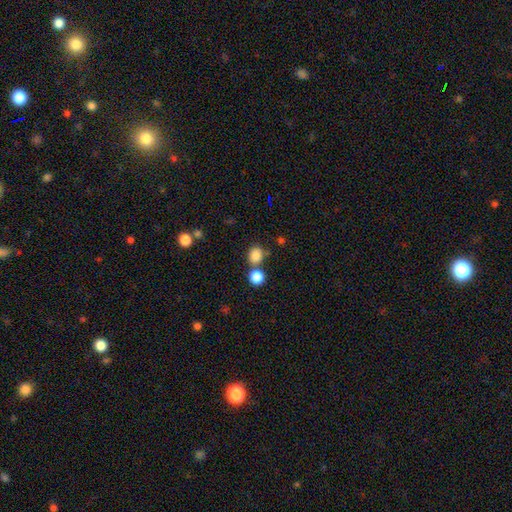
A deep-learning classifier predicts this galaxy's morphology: This is clearly a smooth galaxy (84%). How rounded: likely round (72%). Merging: likely none (63%).